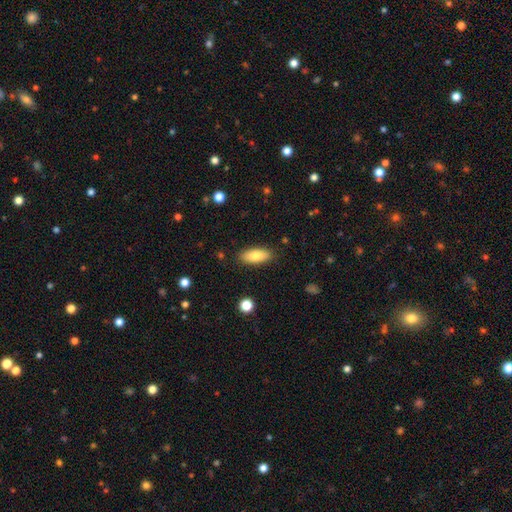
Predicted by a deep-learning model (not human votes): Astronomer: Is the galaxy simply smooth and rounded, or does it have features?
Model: smooth — 79%.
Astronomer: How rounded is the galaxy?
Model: in between — 83%.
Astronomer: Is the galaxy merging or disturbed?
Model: none — 87%.